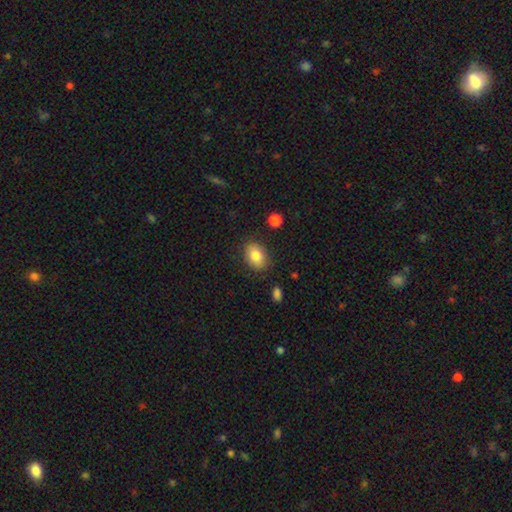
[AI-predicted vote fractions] A smooth galaxy with no disk features (82%) that is in between round and cigar-shaped (75%).

Vote fractions:
- Smooth or featured? smooth: 82% / featured or disk: 10% / star or artifact: 8%
- How rounded? in between: 75% / round: 24% / cigar-shaped: 1%
- Merging? none: 85% / minor disturbance: 11% / major disturbance: 3% / merger: 2%